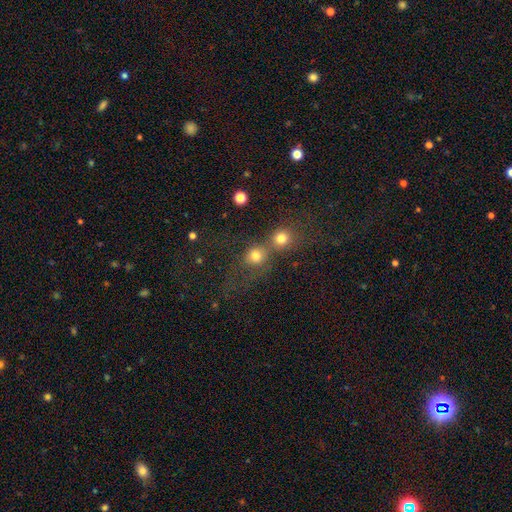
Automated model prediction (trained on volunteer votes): This appears to be a smooth galaxy with no disk features (76%) that is round (83%). Merging: merger (52%).